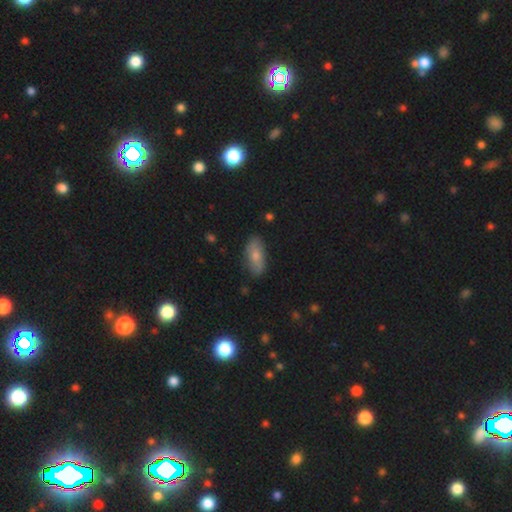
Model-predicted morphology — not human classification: Smooth or featured? smooth (72%)
How rounded? in between (87%)
Merging? none (80%)